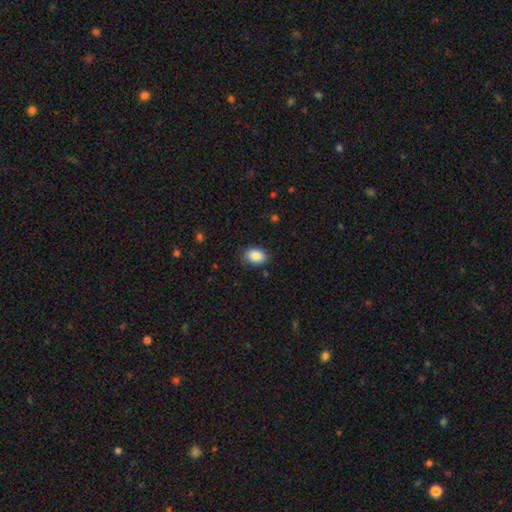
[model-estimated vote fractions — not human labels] Smooth or featured? Predicted: smooth (p=0.88). How rounded? Predicted: in between (p=0.78). Merging? Predicted: none (p=0.83).